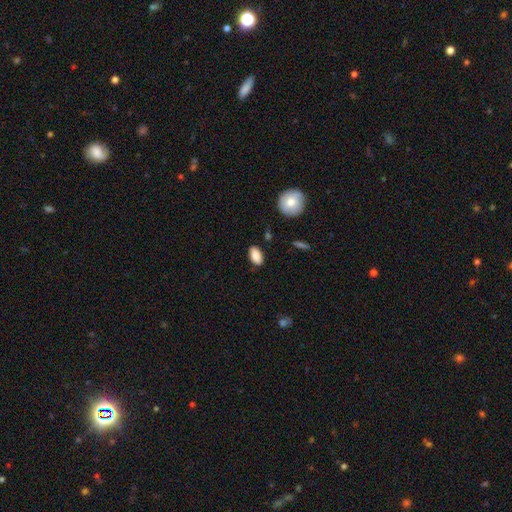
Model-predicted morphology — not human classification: type=smooth (87%); roundness=in between (91%); merging=none (84%).